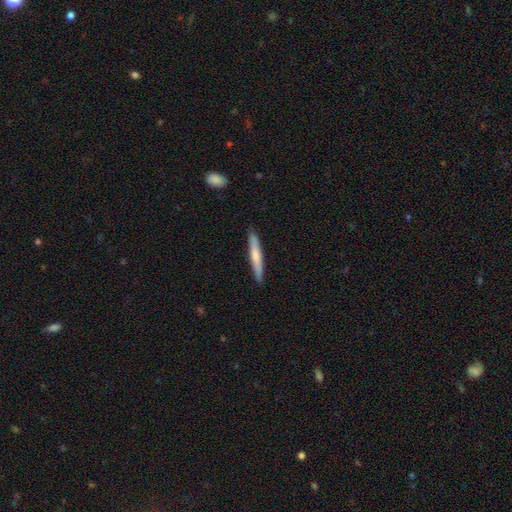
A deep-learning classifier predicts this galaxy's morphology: A smooth galaxy with no disk features (61%) that is cigar-shaped (95%). Merging: none (90%).